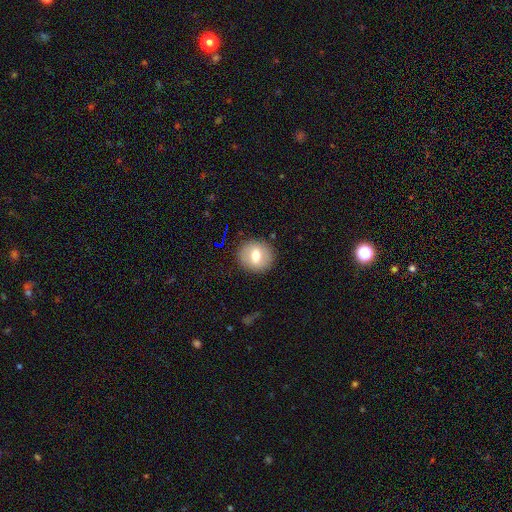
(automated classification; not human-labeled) Morphology: type=smooth (66%); roundness=round (83%); merging=none (88%).